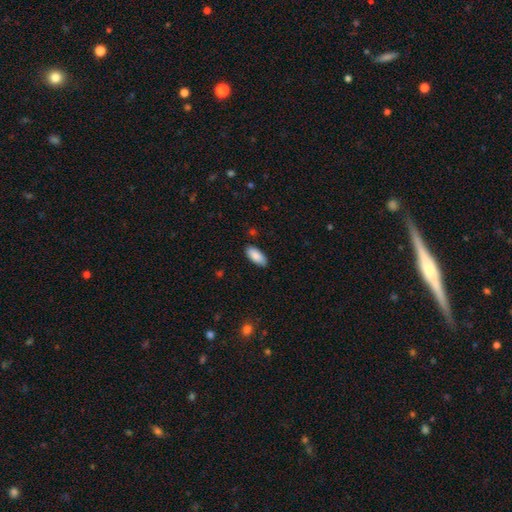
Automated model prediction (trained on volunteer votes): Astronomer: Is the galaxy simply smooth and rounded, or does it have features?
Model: smooth — 89%.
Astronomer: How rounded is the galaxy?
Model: in between — 90%.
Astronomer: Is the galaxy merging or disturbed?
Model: none — 84%.